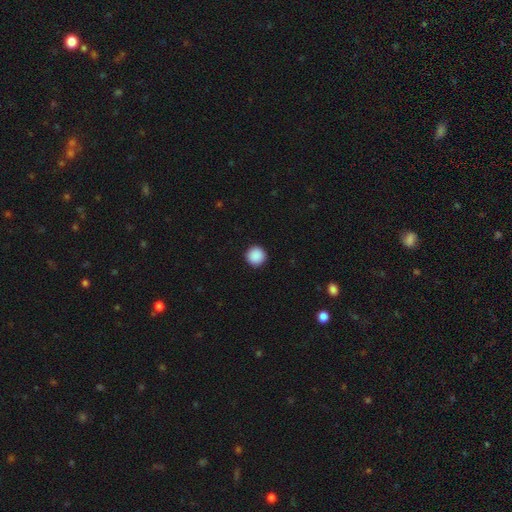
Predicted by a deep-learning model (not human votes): This is clearly a smooth galaxy (90%). How rounded: clearly round (96%). Merging: clearly none (93%).